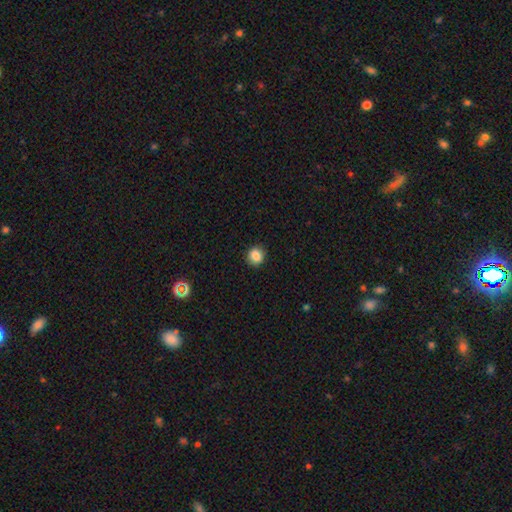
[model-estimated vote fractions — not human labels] Smooth or featured: smooth — 85% (star or artifact — 10%)
How rounded: round — 87% (in between — 12%)
Merging: none — 91% (minor disturbance — 6%)